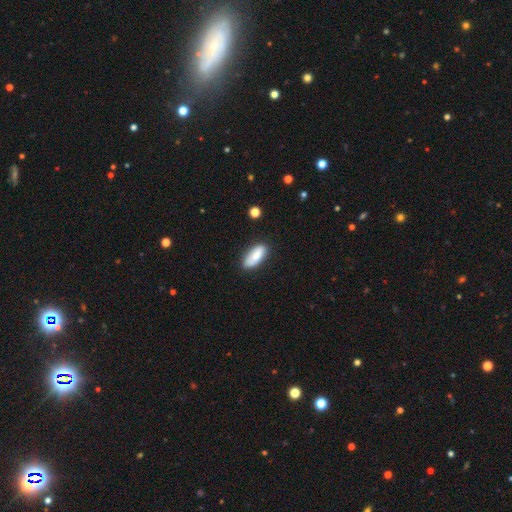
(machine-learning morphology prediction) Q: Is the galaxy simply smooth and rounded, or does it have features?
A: smooth — 79%.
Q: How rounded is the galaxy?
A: in between — 84%.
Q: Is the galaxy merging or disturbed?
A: none — 77%.